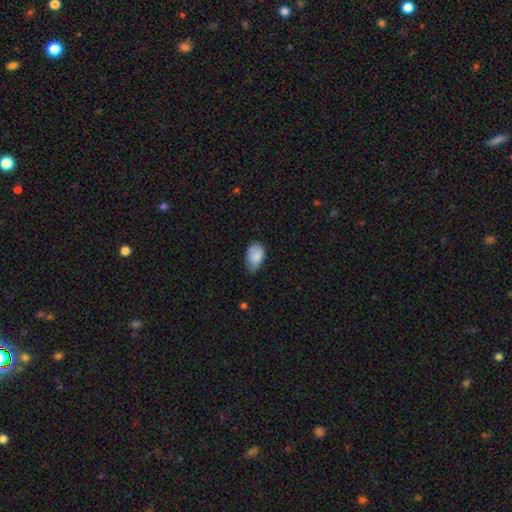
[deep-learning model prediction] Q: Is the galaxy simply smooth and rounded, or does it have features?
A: smooth — 85%.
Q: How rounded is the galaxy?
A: in between — 86%.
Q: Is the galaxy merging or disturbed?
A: minor disturbance — 45%, tied with none.